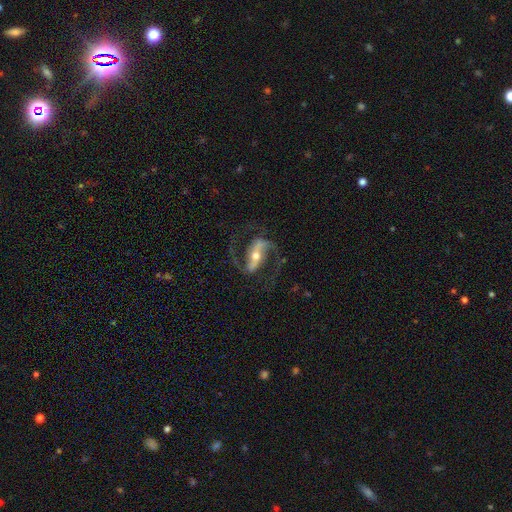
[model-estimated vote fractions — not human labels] Smooth or featured? Predicted: featured or disk (p=0.90). Edge-on disk? Predicted: no (p=0.95). Bar? Predicted: strong (p=0.66). Spiral arms? Predicted: yes (p=0.97). Spiral winding? Predicted: medium (p=0.56). Spiral arm count? Predicted: 2 (p=0.94). Bulge size? Predicted: moderate (p=0.57). Merging? Predicted: none (p=0.76).